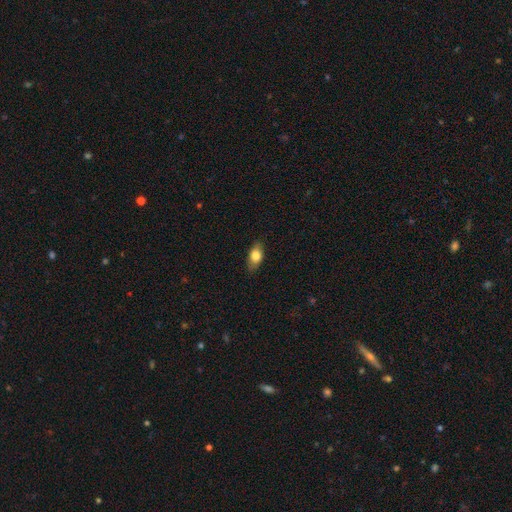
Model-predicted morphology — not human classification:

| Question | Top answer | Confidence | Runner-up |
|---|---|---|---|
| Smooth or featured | smooth | 77% | featured or disk (15%) |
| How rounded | in between | 86% | cigar-shaped (7%) |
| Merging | none | 84% | minor disturbance (12%) |